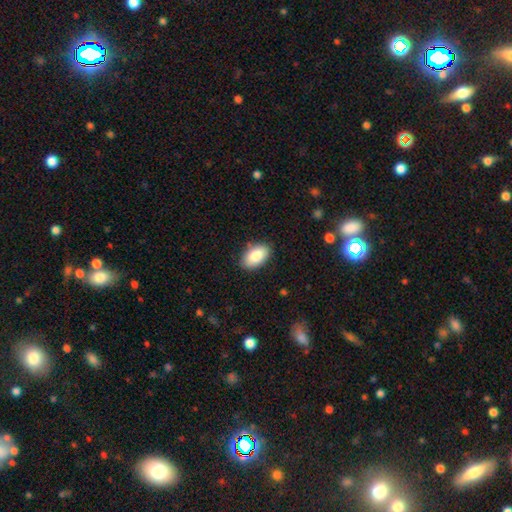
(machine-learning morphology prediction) Smooth or featured: smooth — 84% (featured or disk — 9%)
How rounded: in between — 93% (round — 5%)
Merging: none — 84% (minor disturbance — 12%)